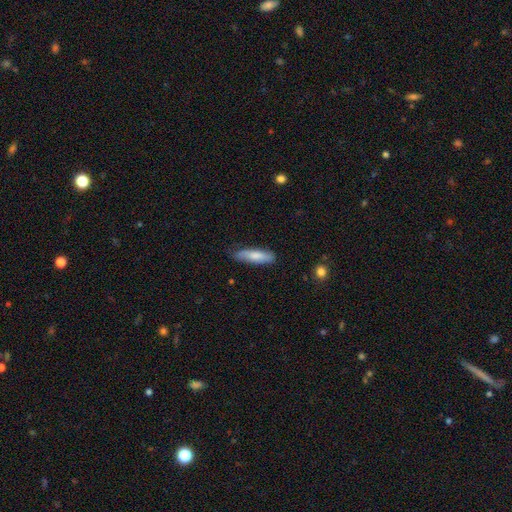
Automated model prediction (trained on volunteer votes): This is likely a smooth galaxy (74%). How rounded: likely cigar-shaped (61%). Merging: likely none (75%).